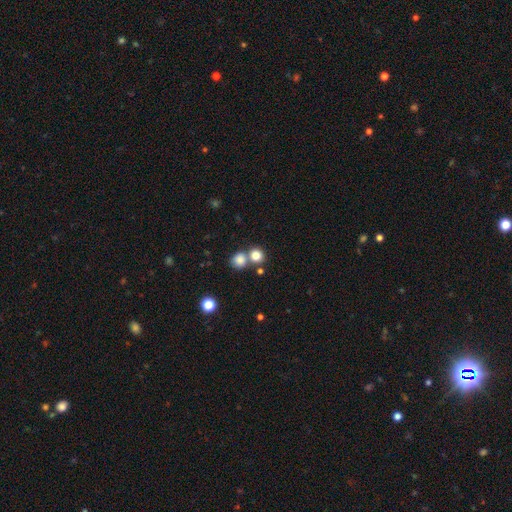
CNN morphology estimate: Smooth or featured? smooth (81%)
How rounded? round (86%)
Merging? none (55%)